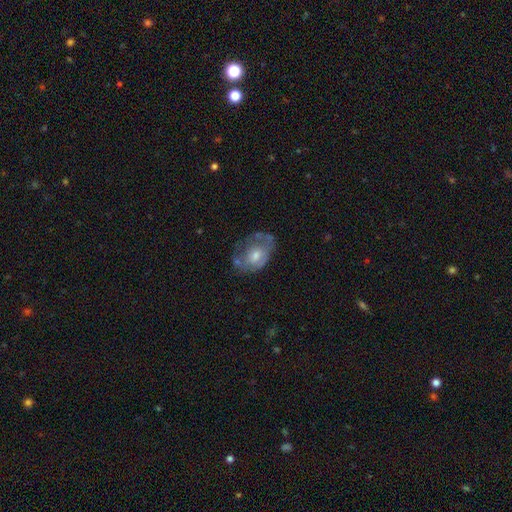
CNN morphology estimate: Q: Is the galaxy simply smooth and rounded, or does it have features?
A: featured or disk — 55%.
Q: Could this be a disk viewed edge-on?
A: no — 95%.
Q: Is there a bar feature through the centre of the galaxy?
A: no — 79%.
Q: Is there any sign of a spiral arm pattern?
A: no — 58%.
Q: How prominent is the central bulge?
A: moderate — 58%.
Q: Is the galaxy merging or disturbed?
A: none — 44%.